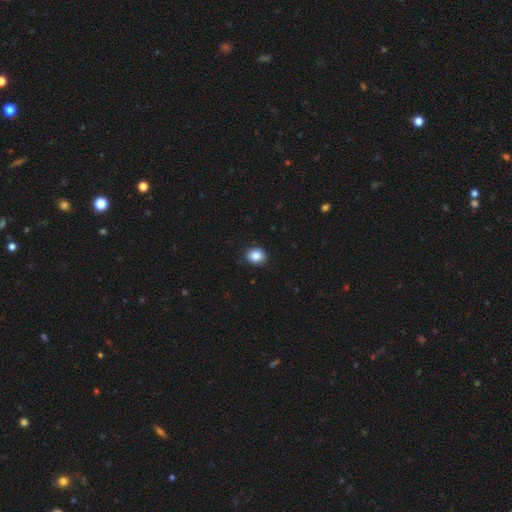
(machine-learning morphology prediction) Smooth or featured?
  - smooth: 87% *
  - star or artifact: 9%
  - featured or disk: 4%
How rounded?
  - round: 67% *
  - in between: 32%
  - cigar-shaped: 1%
Merging?
  - none: 87% *
  - minor disturbance: 10%
  - major disturbance: 2%
  - merger: 1%